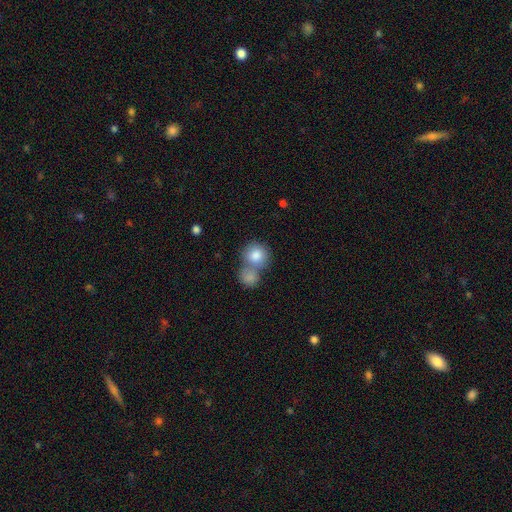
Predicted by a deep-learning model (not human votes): smooth_or_featured: smooth (p=0.83) [alt: featured or disk p=0.09]
how_rounded: round (p=0.83) [alt: in between p=0.16]
merging: merger (p=0.54) [alt: none p=0.35]